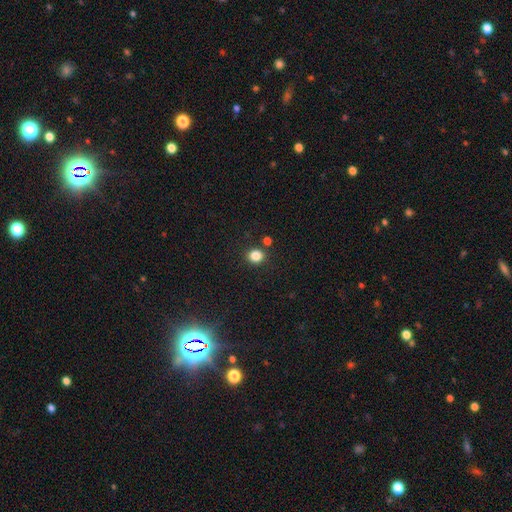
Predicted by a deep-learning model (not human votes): Smooth or featured?
  - smooth: 83% *
  - star or artifact: 13%
  - featured or disk: 4%
How rounded?
  - round: 78% *
  - in between: 21%
  - cigar-shaped: 1%
Merging?
  - none: 84% *
  - minor disturbance: 8%
  - merger: 6%
  - major disturbance: 2%